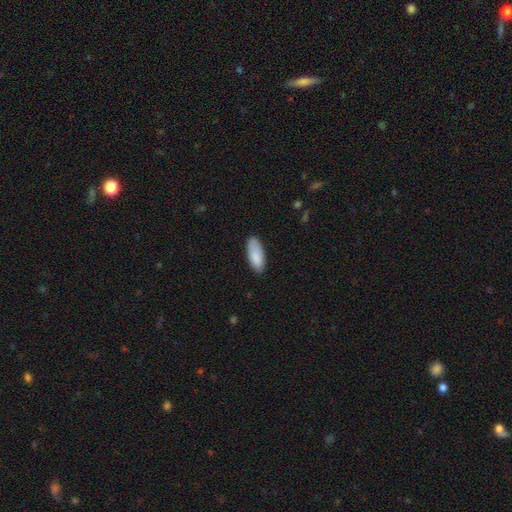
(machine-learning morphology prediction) Smooth or featured: smooth — 88% (featured or disk — 6%)
How rounded: in between — 79% (cigar-shaped — 20%)
Merging: none — 83% (minor disturbance — 14%)